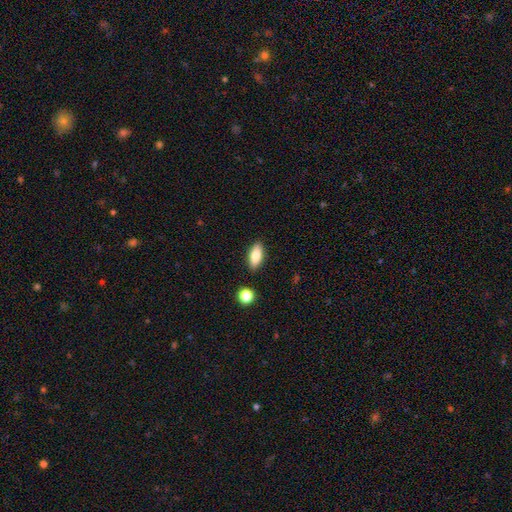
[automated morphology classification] Smooth or featured: smooth — 82% (featured or disk — 10%)
How rounded: in between — 83% (cigar-shaped — 14%)
Merging: none — 88% (minor disturbance — 8%)